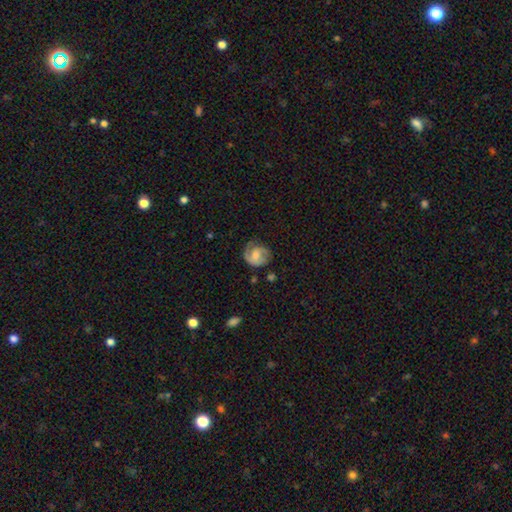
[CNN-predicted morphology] Smooth or featured: featured or disk — 60% (smooth — 33%)
Edge-on disk: no — 97% (yes — 3%)
Bar: no — 47% (weak — 43%)
Spiral arms: yes — 87% (no — 13%)
Spiral winding: tight — 45% (medium — 39%)
Spiral arm count: 2 — 56% (1 — 25%)
Bulge size: moderate — 47% (small — 31%)
Merging: none — 62% (minor disturbance — 24%)